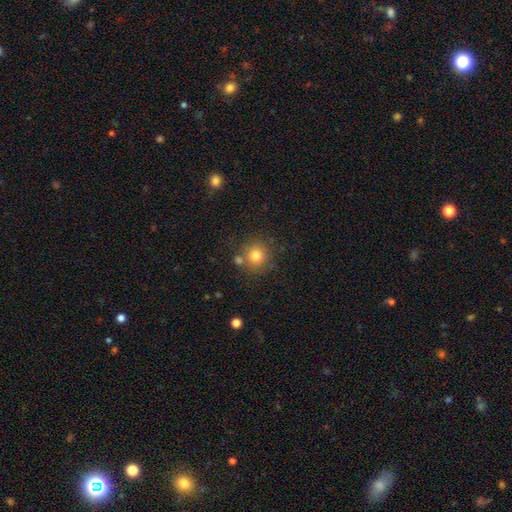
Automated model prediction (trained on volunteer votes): Overall: smooth (79%). How rounded: round (90%). Merging: none (72%).